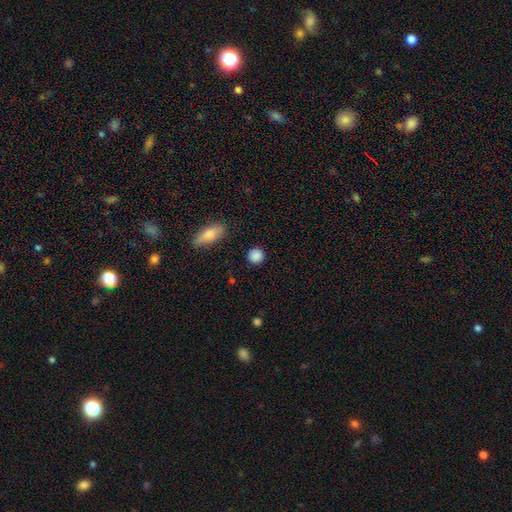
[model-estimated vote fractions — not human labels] This appears to be a smooth galaxy with no disk features (88%) that is round (91%). Merging: none (90%).